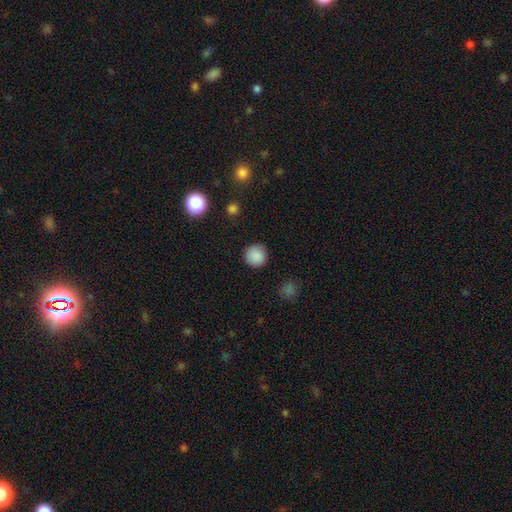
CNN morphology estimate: type=smooth (87%); roundness=round (95%); merging=none (89%).